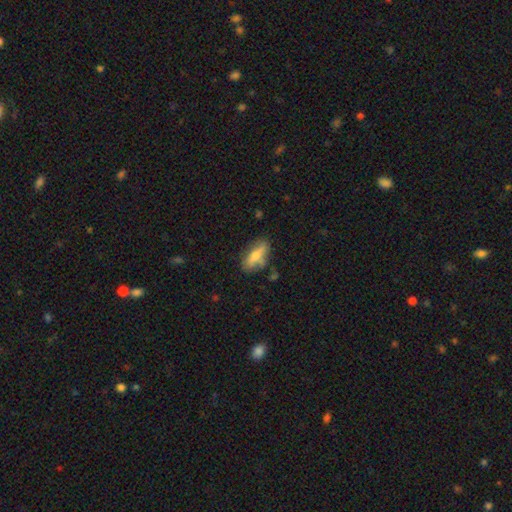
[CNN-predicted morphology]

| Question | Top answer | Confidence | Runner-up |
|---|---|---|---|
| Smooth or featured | smooth | 64% | featured or disk (28%) |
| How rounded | in between | 68% | cigar-shaped (29%) |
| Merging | none | 64% | minor disturbance (23%) |